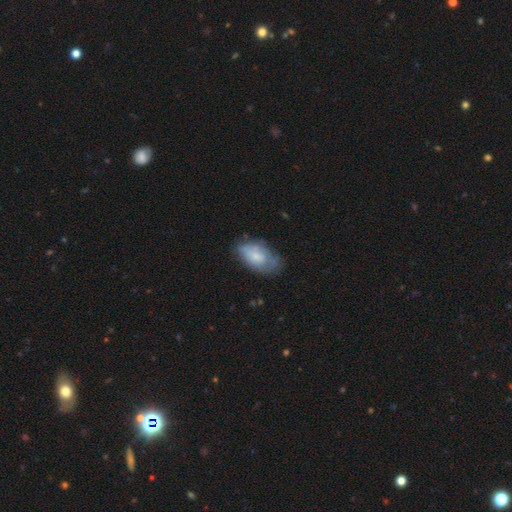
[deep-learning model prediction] Smooth or featured?
  - smooth: 61% *
  - featured or disk: 31%
  - star or artifact: 7%
How rounded?
  - in between: 93% *
  - round: 5%
  - cigar-shaped: 2%
Merging?
  - none: 54% *
  - minor disturbance: 31%
  - major disturbance: 12%
  - merger: 2%